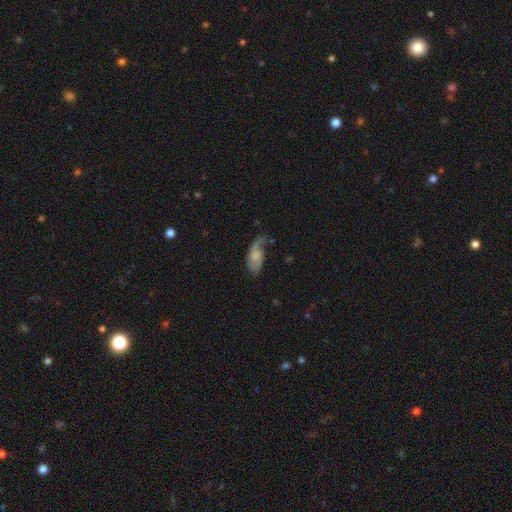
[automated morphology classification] This is possibly a featured or disk galaxy (52%). It is clearly not viewed edge-on (92%). Merging: marginally none (41%).